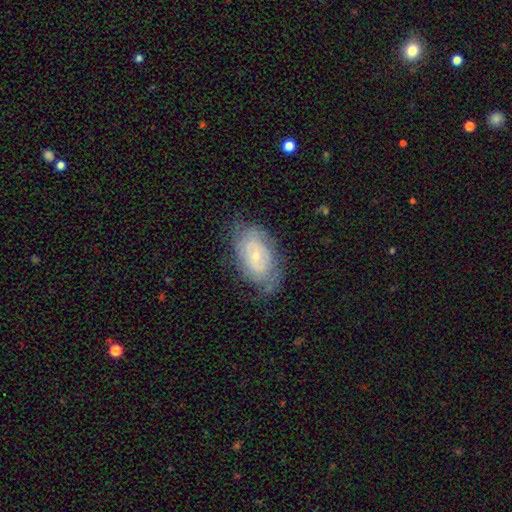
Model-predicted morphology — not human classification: A featured or disk galaxy (65%) with no bar (71%), spiral arms (78%) and a small central bulge (70%). Merging: none (66%).